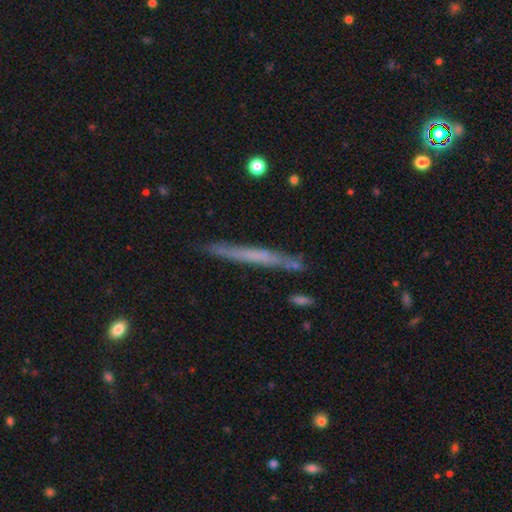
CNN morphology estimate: The model was most divided on "smooth or featured": featured or disk: 48%, smooth: 45%, star or artifact: 7%. More confident: merging — none (84%).